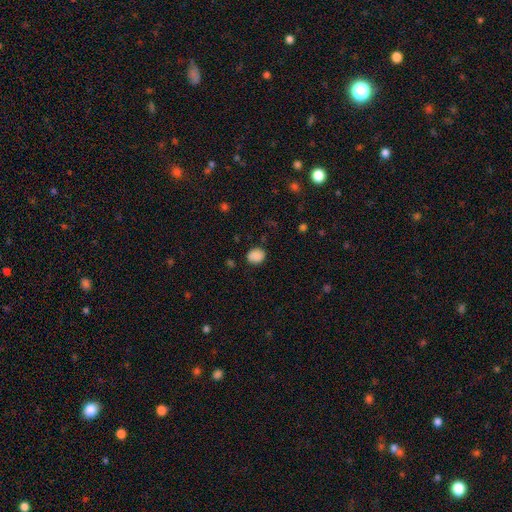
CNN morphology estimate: Overall: smooth (86%). How rounded: round (63%; in between 36%). Merging: none (79%).